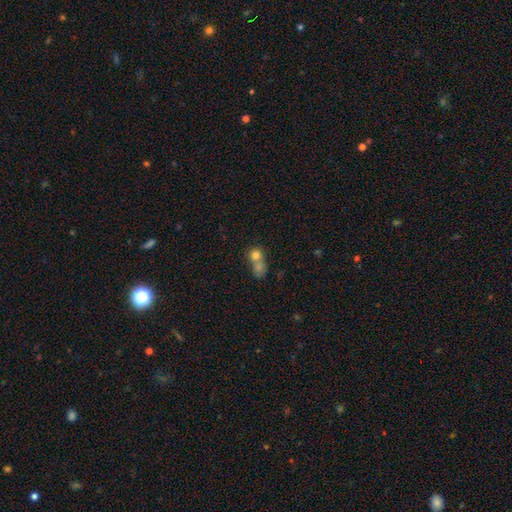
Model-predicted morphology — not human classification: Smooth or featured?
  - smooth: 74% *
  - featured or disk: 15%
  - star or artifact: 11%
How rounded?
  - round: 74% *
  - in between: 25%
  - cigar-shaped: 1%
Merging?
  - merger: 68% *
  - none: 23%
  - minor disturbance: 5%
  - major disturbance: 4%